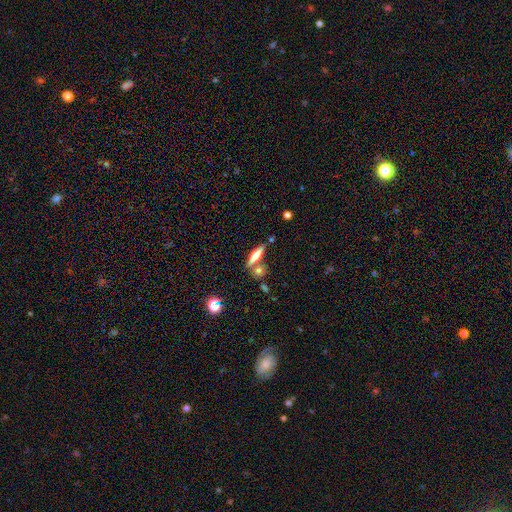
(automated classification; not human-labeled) Smooth or featured: featured or disk — 48% (smooth — 44%)
Merging: none — 66% (merger — 21%)